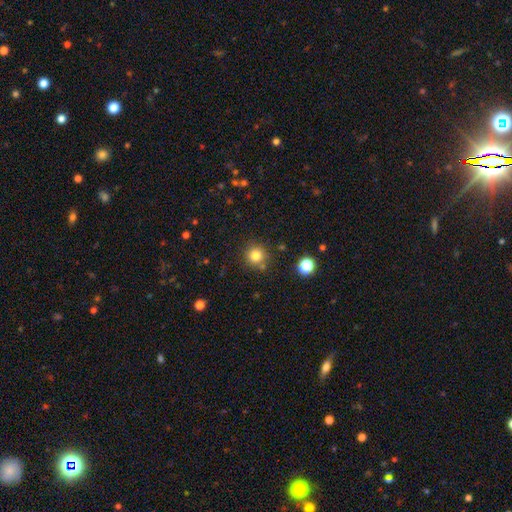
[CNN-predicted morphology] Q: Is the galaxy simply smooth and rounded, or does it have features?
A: smooth — 82%.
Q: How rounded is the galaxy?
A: round — 94%.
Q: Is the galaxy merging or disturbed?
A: none — 81%.